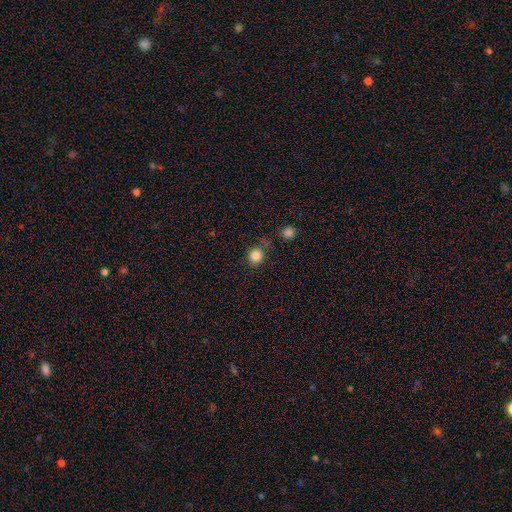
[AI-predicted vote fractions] Smooth or featured? smooth (84%)
How rounded? round (91%)
Merging? none (75%)